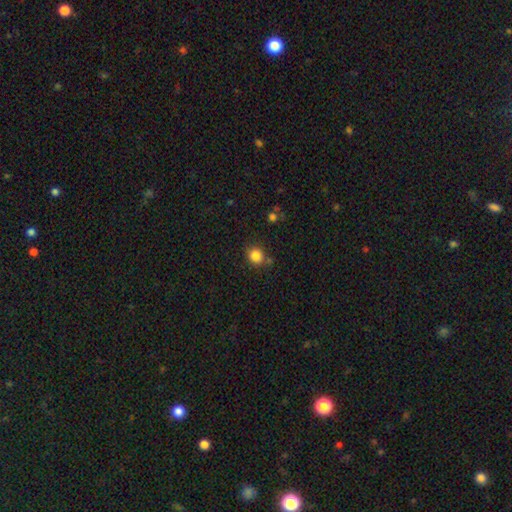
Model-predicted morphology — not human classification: The model was most divided on "how rounded": round: 81%, in between: 18%, cigar-shaped: 1%. More confident: smooth or featured — smooth (84%); merging — none (78%).